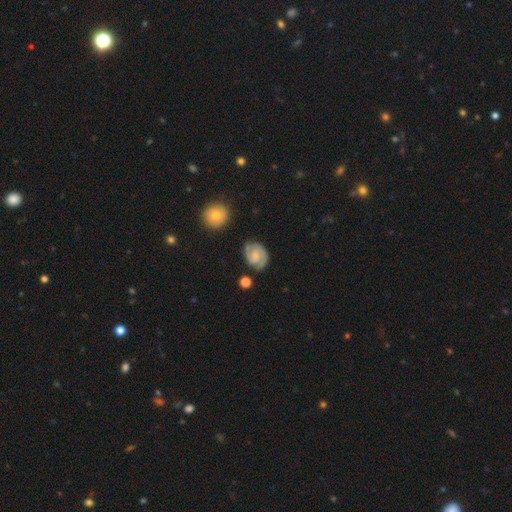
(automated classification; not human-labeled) Smooth or featured? Predicted: featured or disk (p=0.82). Edge-on disk? Predicted: no (p=0.98). Bar? Predicted: no (p=0.47). Spiral arms? Predicted: yes (p=0.97). Spiral winding? Predicted: tight (p=0.52). Spiral arm count? Predicted: 2 (p=0.87). Bulge size? Predicted: small (p=0.52). Merging? Predicted: none (p=0.77).